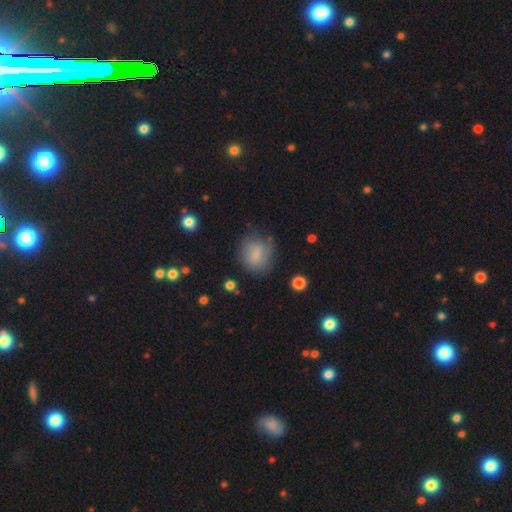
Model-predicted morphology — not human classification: smooth-or-featured: smooth: 77% | featured or disk: 14% | star or artifact: 9%
  how-rounded: round: 69% | in between: 29% | cigar-shaped: 1%
  merging: none: 66% | minor disturbance: 22% | major disturbance: 9% | merger: 3%